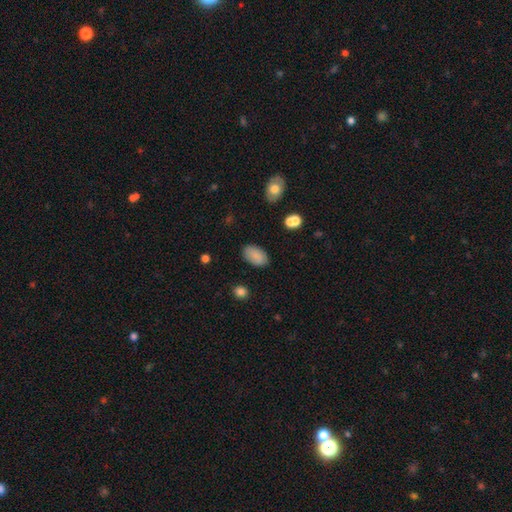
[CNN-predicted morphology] This appears to be a smooth galaxy with no disk features (85%) that is in between round and cigar-shaped (94%). Merging: none (85%).